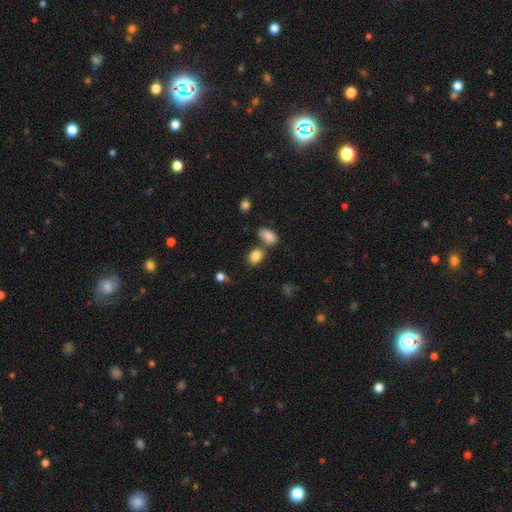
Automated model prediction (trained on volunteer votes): This is clearly a smooth galaxy (85%). How rounded: likely in between (70%). Merging: likely none (63%).